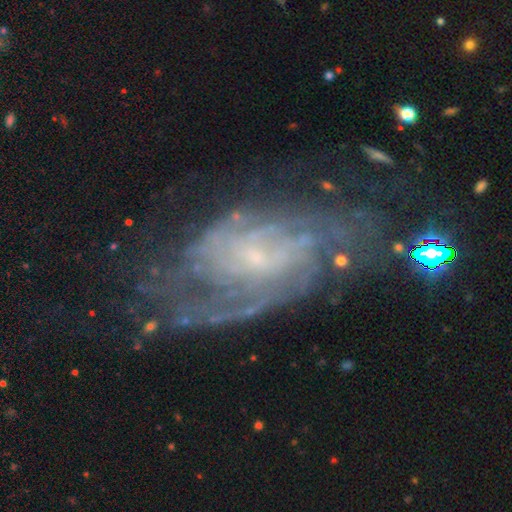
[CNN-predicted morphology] Q: Smooth or featured?
A: featured or disk (81%); runner-up: smooth (10%)
Q: Edge-on disk?
A: no (95%); runner-up: yes (5%)
Q: Bar?
A: no (59%); runner-up: weak (34%)
Q: Spiral arms?
A: yes (90%); runner-up: no (10%)
Q: Spiral winding?
A: tight (45%); runner-up: medium (39%)
Q: Spiral arm count?
A: can't tell (40%); runner-up: 2 (26%)
Q: Bulge size?
A: small (74%); runner-up: none (12%)
Q: Merging?
A: none (61%); runner-up: minor disturbance (21%)